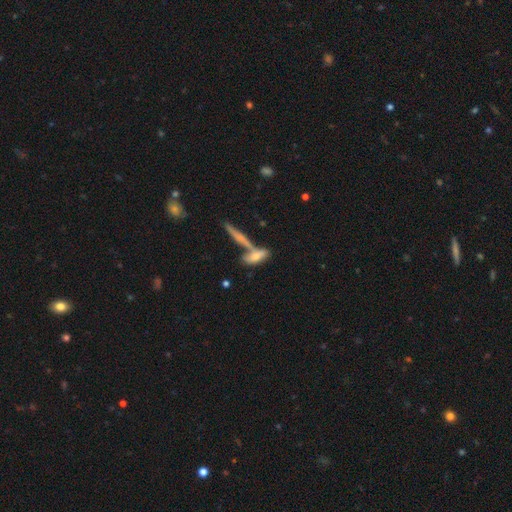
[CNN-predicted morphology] This appears to be a smooth galaxy with no disk features (63%) that is in between round and cigar-shaped (51%). Merging: merger (43%).